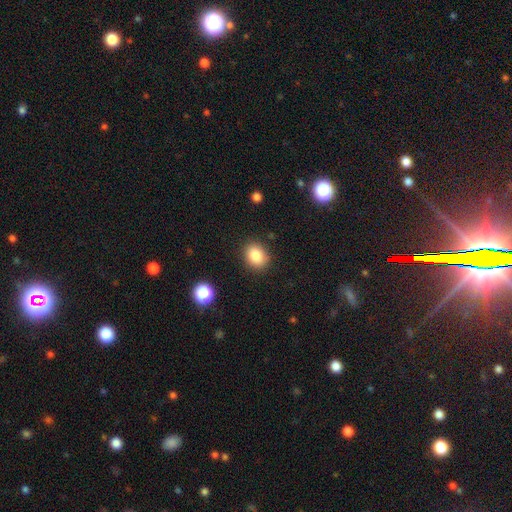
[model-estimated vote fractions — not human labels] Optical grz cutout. It shows a smooth galaxy with no disk features (84%) that is round (55%). Merging: none (87%).